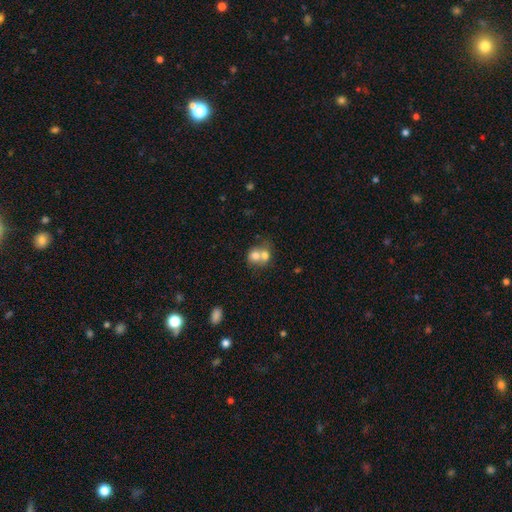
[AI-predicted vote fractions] Morphology: type=smooth (71%); roundness=round (60%); merging=merger (70%).